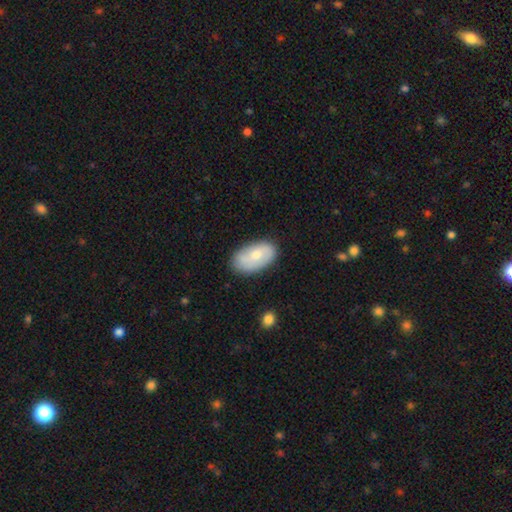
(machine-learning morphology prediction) A smooth galaxy with no disk features (64%) that is in between round and cigar-shaped (94%).

Vote fractions:
- Smooth or featured? smooth: 64% / featured or disk: 30% / star or artifact: 6%
- How rounded? in between: 94% / round: 5% / cigar-shaped: 2%
- Merging? none: 76% / minor disturbance: 18% / major disturbance: 4% / merger: 2%